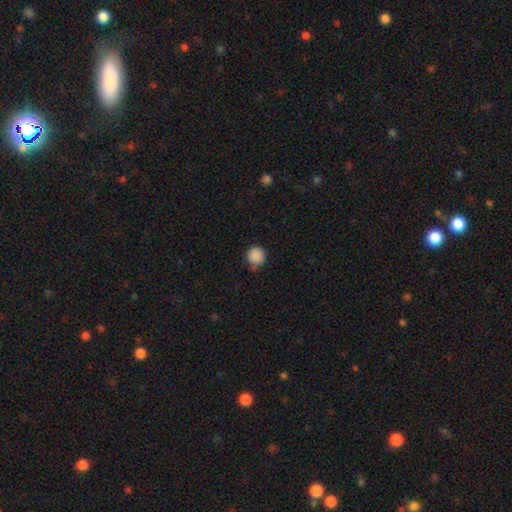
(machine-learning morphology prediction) smooth-or-featured: smooth: 88% | star or artifact: 9% | featured or disk: 3%
  how-rounded: round: 92% | in between: 7% | cigar-shaped: 1%
  merging: none: 70% | minor disturbance: 23% | major disturbance: 4% | merger: 3%